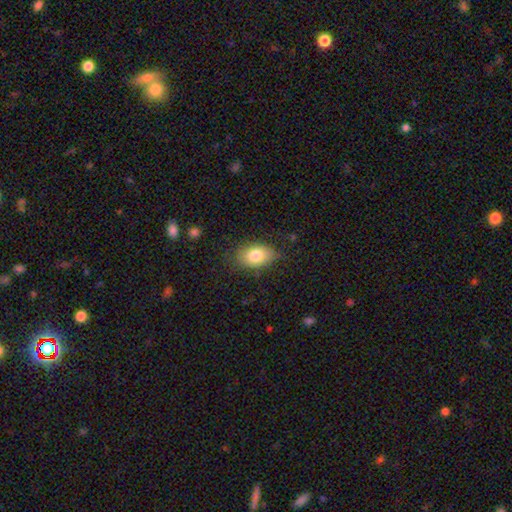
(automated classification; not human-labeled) Morphology: type=smooth (80%); roundness=in between (87%); merging=none (76%).